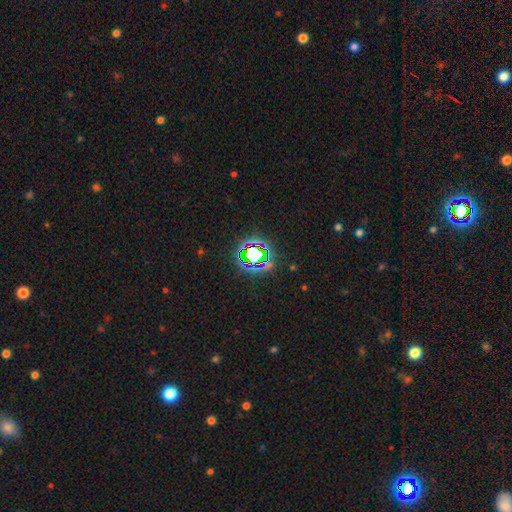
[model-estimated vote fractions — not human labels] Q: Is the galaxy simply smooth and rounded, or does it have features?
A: star or artifact — 70%.